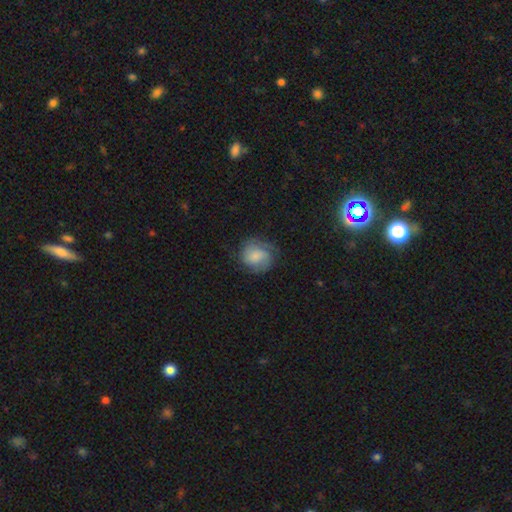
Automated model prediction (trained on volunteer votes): A smooth galaxy with no disk features (53%) that is round (76%). Merging: none (66%).